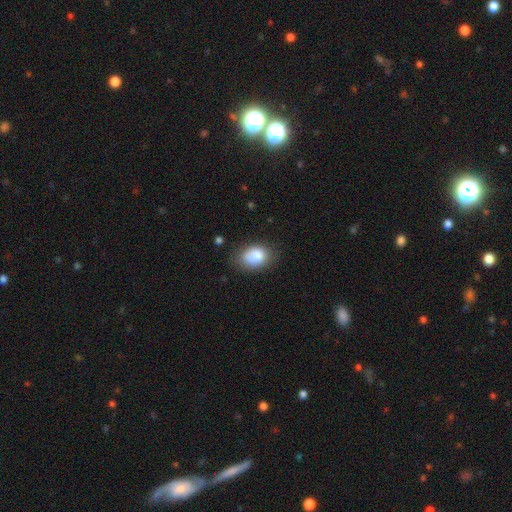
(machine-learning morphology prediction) smooth 80%, featured or disk 12%, star or artifact 8%. Down the decision tree: how rounded — in between (75%); merging — none (62%).